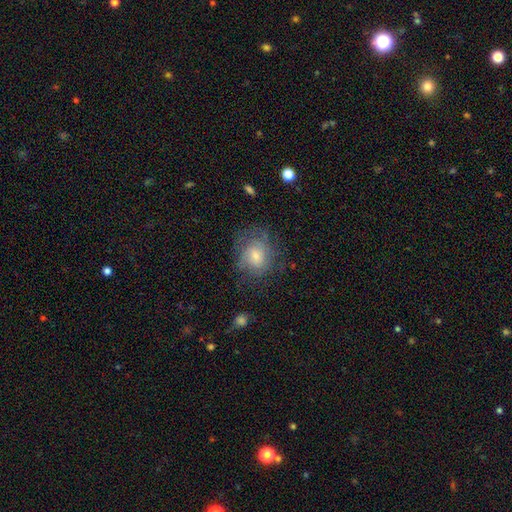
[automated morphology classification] smooth_or_featured: smooth (p=0.45) [alt: featured or disk p=0.44]
merging: none (p=0.65) [alt: minor disturbance p=0.21]